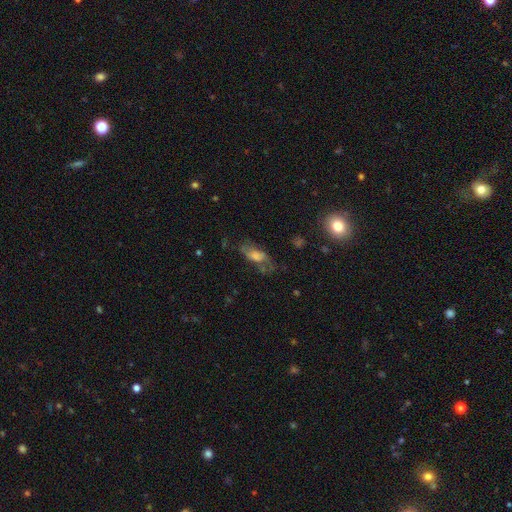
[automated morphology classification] type=featured or disk (49%); merging=none (57%).